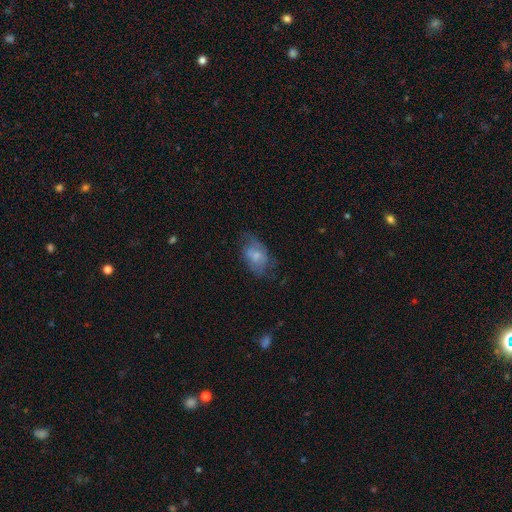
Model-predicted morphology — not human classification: A smooth galaxy with no disk features (54%) that is in between round and cigar-shaped (86%).

Vote fractions:
- Smooth or featured? smooth: 54% / featured or disk: 38% / star or artifact: 8%
- How rounded? in between: 86% / round: 12% / cigar-shaped: 2%
- Merging? none: 48% / minor disturbance: 28% / major disturbance: 21% / merger: 2%